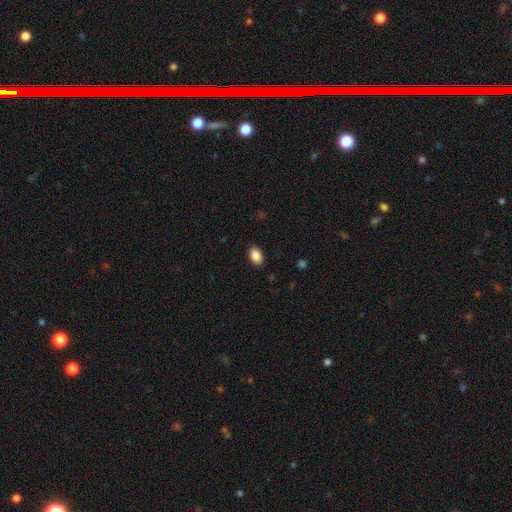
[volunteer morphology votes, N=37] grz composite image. It shows a smooth galaxy with no disk features (95%) that is in between round and cigar-shaped (91%). Merging: none (97%).